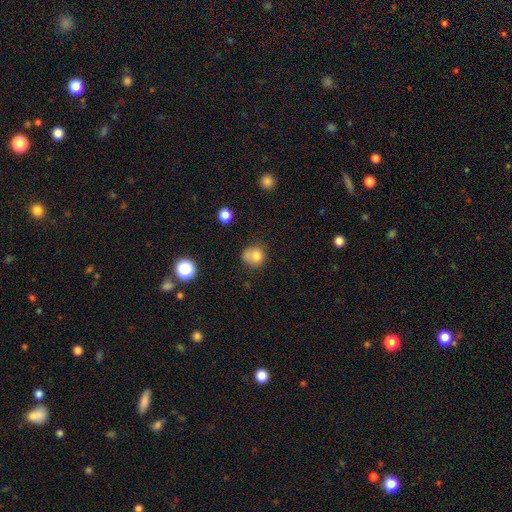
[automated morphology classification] A smooth galaxy with no disk features (76%) that is round (73%).

Vote fractions:
- Smooth or featured? smooth: 76% / featured or disk: 12% / star or artifact: 12%
- How rounded? round: 73% / in between: 26% / cigar-shaped: 1%
- Merging? none: 44% / merger: 22% / minor disturbance: 22% / major disturbance: 13%